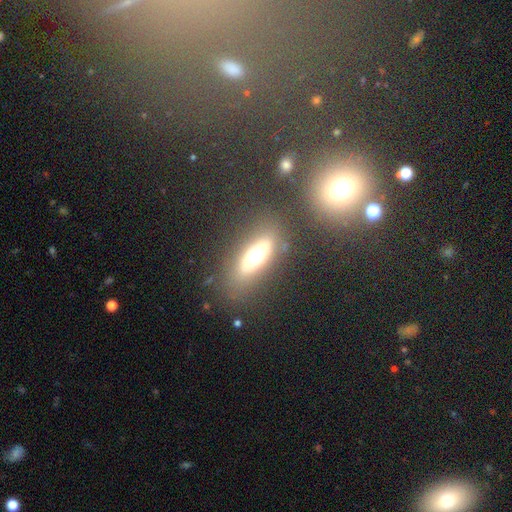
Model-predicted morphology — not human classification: smooth-or-featured: smooth: 52% | featured or disk: 35% | star or artifact: 13%
  how-rounded: in between: 66% | cigar-shaped: 26% | round: 8%
  merging: none: 79% | minor disturbance: 11% | major disturbance: 6% | merger: 4%